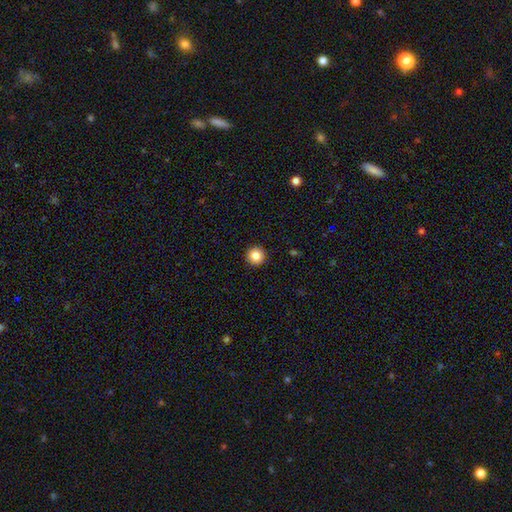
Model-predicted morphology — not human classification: Overall: smooth (85%). How rounded: round (96%). Merging: none (94%).